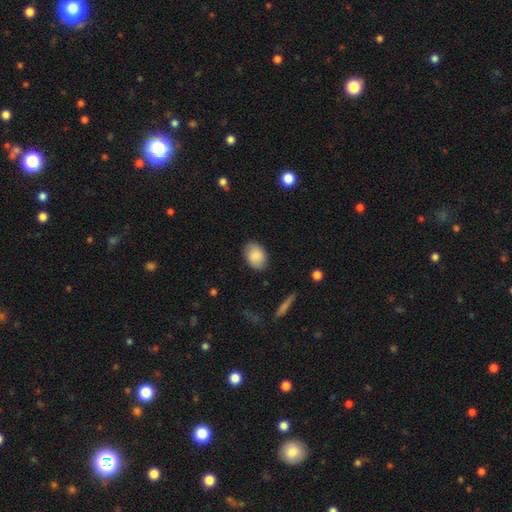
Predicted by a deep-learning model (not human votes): Morphology: type=smooth (86%); roundness=in between (78%); merging=none (86%).